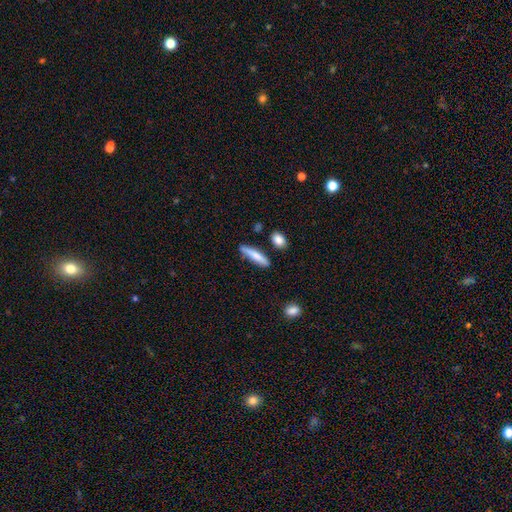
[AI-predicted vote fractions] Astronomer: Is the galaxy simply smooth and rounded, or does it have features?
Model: smooth — 75%.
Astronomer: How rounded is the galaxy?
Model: cigar-shaped — 82%.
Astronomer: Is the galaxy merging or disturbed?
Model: none — 80%.